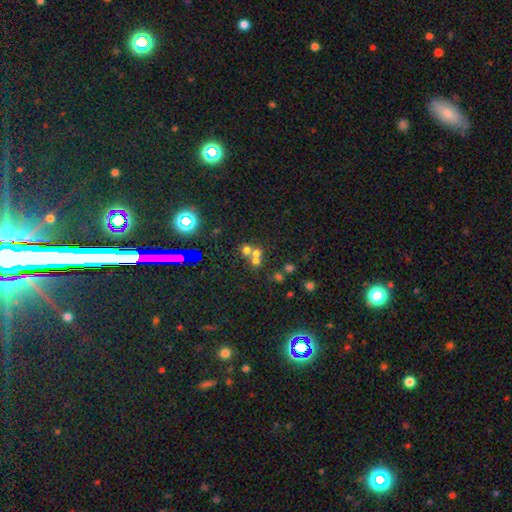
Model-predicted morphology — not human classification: This is possibly a smooth galaxy (53%). How rounded: clearly round (81%). Merging: possibly merger (58%).